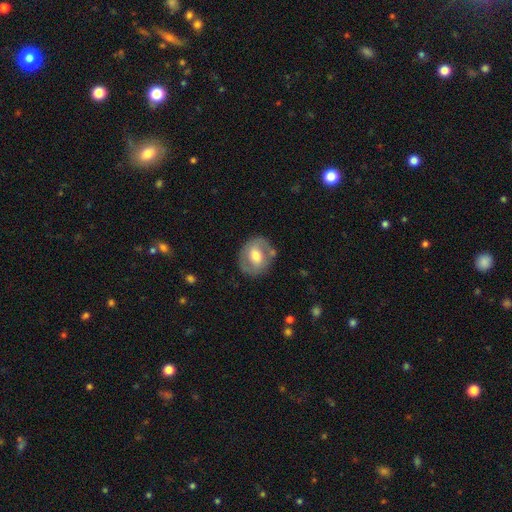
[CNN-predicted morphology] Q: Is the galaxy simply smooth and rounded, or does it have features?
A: smooth — 50%.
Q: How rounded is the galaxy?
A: round — 65%.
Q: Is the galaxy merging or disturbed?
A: none — 75%.